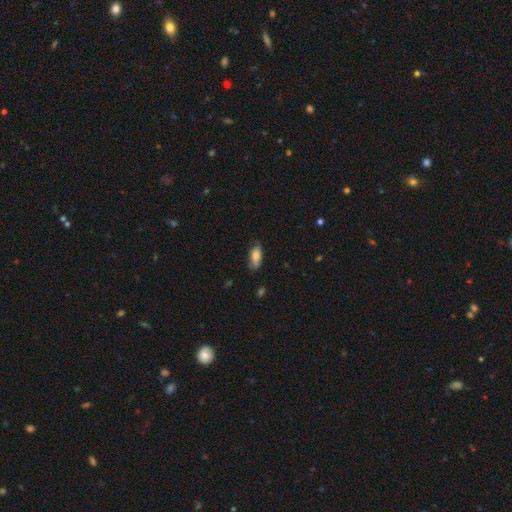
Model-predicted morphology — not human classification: Smooth or featured?
  - smooth: 76% *
  - featured or disk: 17%
  - star or artifact: 7%
How rounded?
  - in between: 88% *
  - cigar-shaped: 9%
  - round: 3%
Merging?
  - none: 73% *
  - minor disturbance: 22%
  - major disturbance: 4%
  - merger: 1%